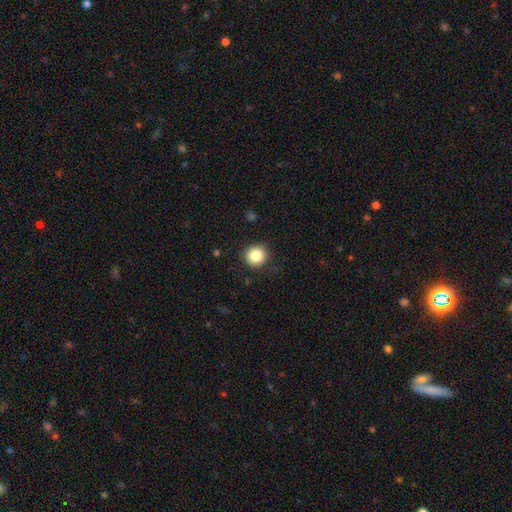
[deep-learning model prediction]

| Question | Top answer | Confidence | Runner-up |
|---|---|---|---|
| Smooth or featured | smooth | 85% | star or artifact (10%) |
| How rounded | round | 94% | in between (5%) |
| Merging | none | 89% | minor disturbance (7%) |